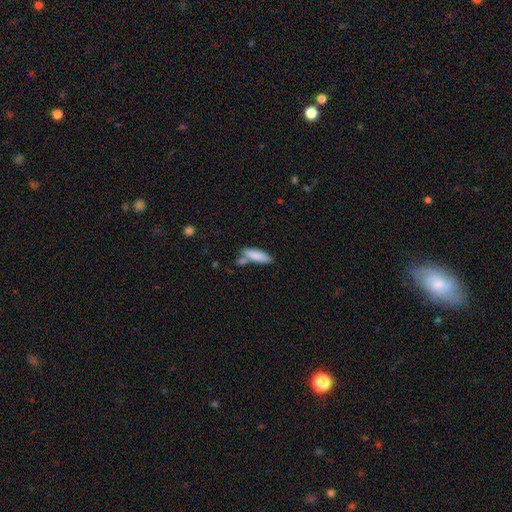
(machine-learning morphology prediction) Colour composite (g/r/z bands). It shows a smooth galaxy with no disk features (83%) that is in between round and cigar-shaped (50%). Merging: none (54%).